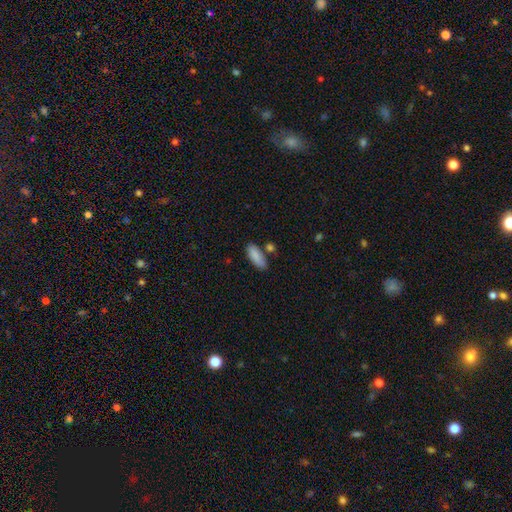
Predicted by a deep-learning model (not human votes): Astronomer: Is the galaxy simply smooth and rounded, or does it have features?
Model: smooth — 88%.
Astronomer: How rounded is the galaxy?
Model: in between — 75%.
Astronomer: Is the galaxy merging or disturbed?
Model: none — 75%.